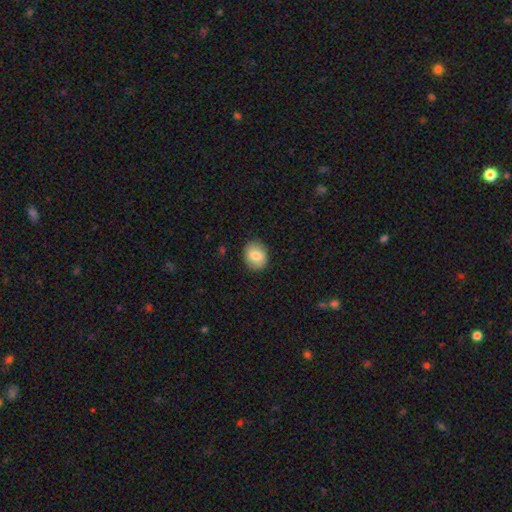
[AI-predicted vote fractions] Smooth or featured: smooth — 78% (featured or disk — 14%)
How rounded: round — 61% (in between — 38%)
Merging: none — 88% (minor disturbance — 9%)